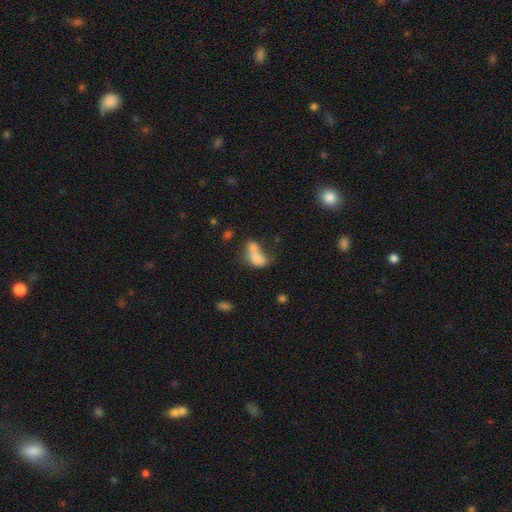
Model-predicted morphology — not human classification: smooth 70%, featured or disk 19%, star or artifact 11%. Down the decision tree: how rounded — in between (84%); merging — merger (52%).